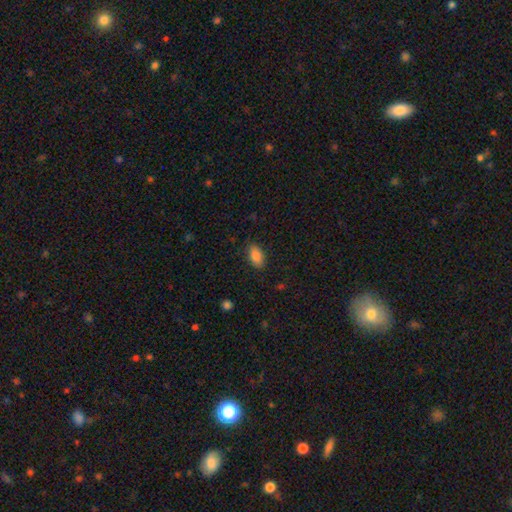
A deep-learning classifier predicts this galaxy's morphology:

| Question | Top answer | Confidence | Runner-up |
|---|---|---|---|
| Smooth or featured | smooth | 87% | star or artifact (8%) |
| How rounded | in between | 92% | round (5%) |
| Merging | none | 86% | minor disturbance (10%) |